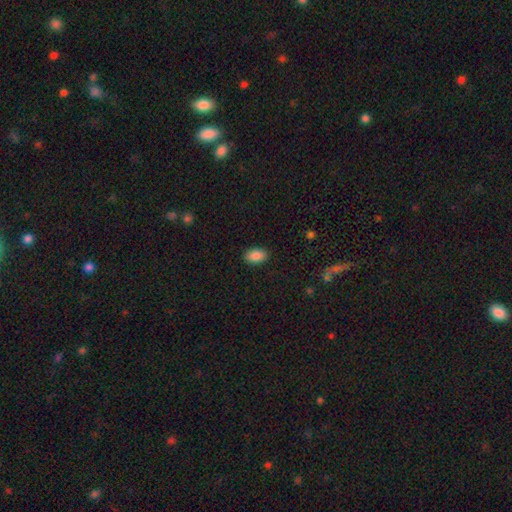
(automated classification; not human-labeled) smooth-or-featured: smooth: 88% | star or artifact: 8% | featured or disk: 4%
  how-rounded: in between: 91% | round: 7% | cigar-shaped: 2%
  merging: none: 89% | minor disturbance: 8% | major disturbance: 2% | merger: 1%